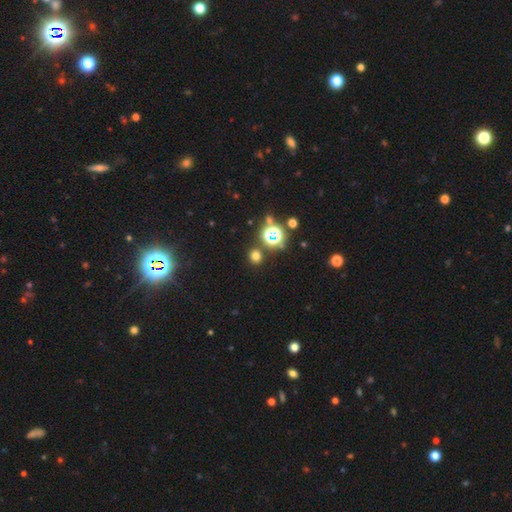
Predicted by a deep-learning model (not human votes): Smooth or featured?
  - smooth: 67% *
  - star or artifact: 27%
  - featured or disk: 6%
How rounded?
  - round: 89% *
  - in between: 10%
  - cigar-shaped: 1%
Merging?
  - none: 86% *
  - minor disturbance: 7%
  - merger: 5%
  - major disturbance: 3%